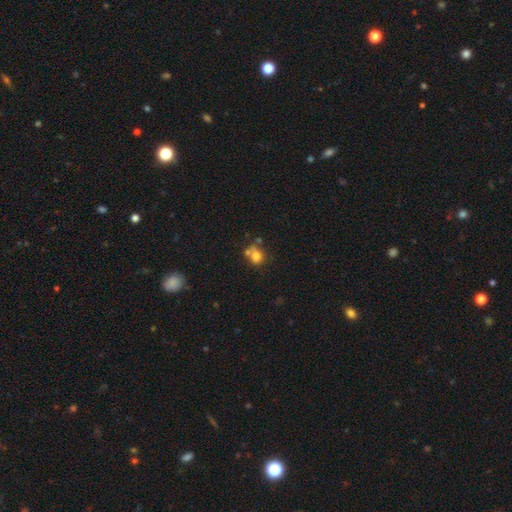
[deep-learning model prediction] This is likely a smooth galaxy (72%). How rounded: likely round (62%). Merging: marginally none (41%).